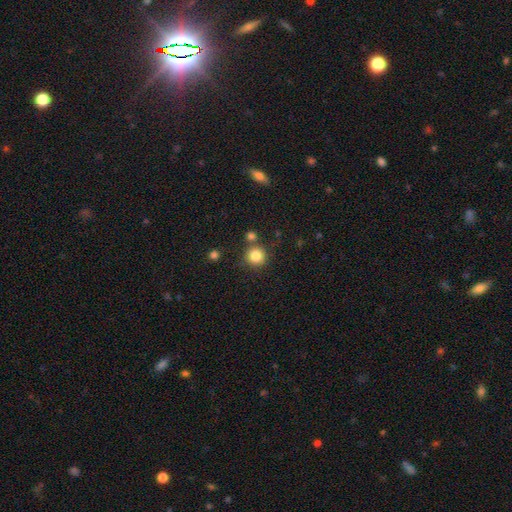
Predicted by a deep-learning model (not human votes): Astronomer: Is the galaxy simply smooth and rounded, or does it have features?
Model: smooth — 83%.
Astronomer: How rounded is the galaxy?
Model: round — 93%.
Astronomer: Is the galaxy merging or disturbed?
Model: none — 77%.